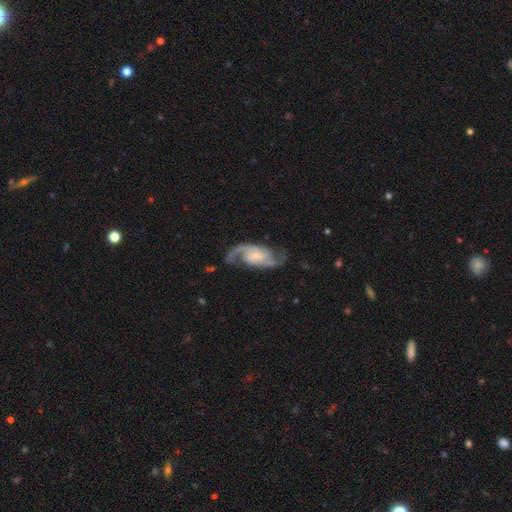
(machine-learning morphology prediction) featured or disk 91%, smooth 5%, star or artifact 4%. Down the decision tree: edge-on disk — no (97%); bar — no (50%); spiral arms — yes (98%); spiral arm count — 2 (94%); spiral winding — medium (51%); bulge size — small (58%); merging — none (77%).